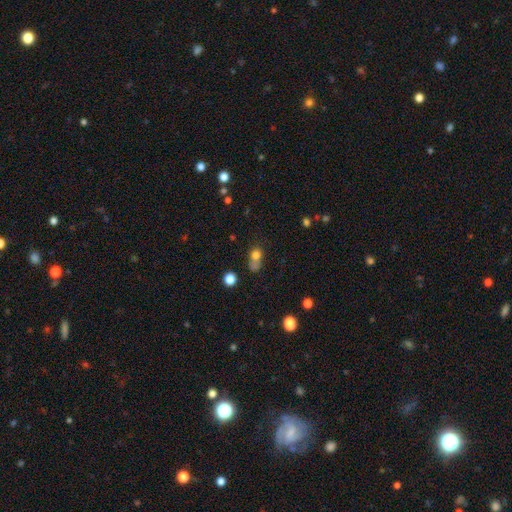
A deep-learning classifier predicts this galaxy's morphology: smooth_or_featured: smooth (p=0.74) [alt: star or artifact p=0.15]
how_rounded: round (p=0.58) [alt: in between p=0.39]
merging: merger (p=0.37) [alt: none p=0.35]